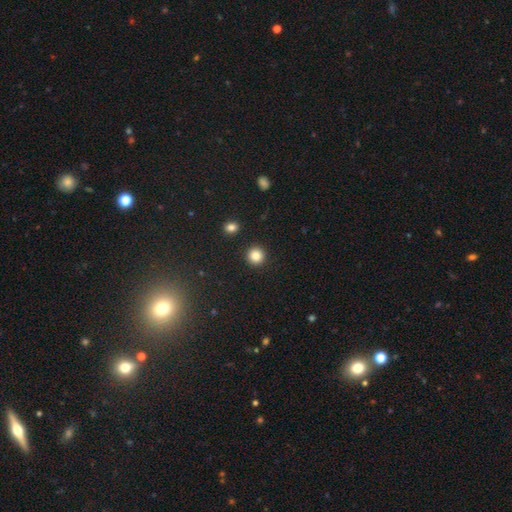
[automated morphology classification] Smooth or featured: smooth — 85% (star or artifact — 11%)
How rounded: round — 93% (in between — 6%)
Merging: none — 92% (minor disturbance — 4%)